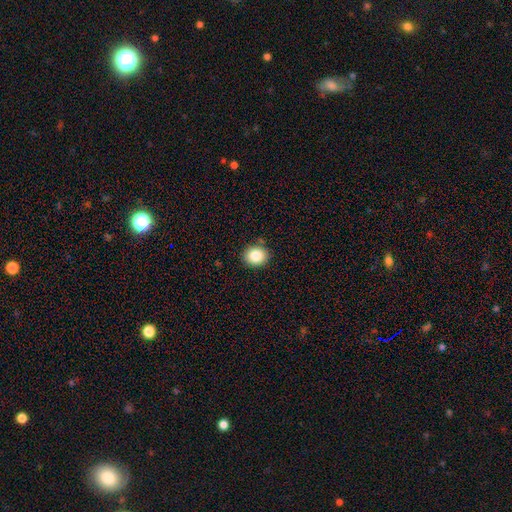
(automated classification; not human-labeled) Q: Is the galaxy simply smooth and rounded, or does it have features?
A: smooth — 85%.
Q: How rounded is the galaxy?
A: round — 75%.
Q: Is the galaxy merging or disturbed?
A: none — 88%.